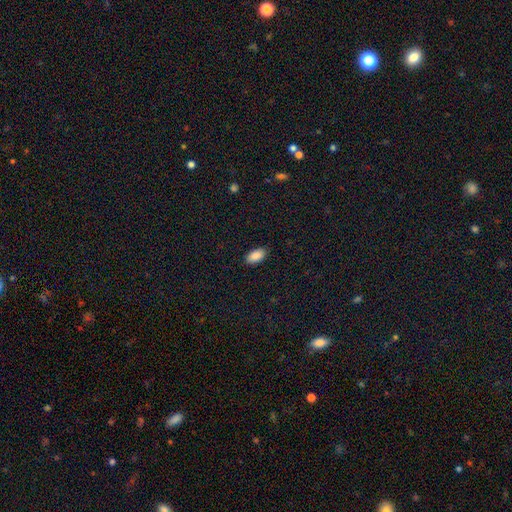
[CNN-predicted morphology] type=smooth (89%); roundness=in between (94%); merging=none (88%).